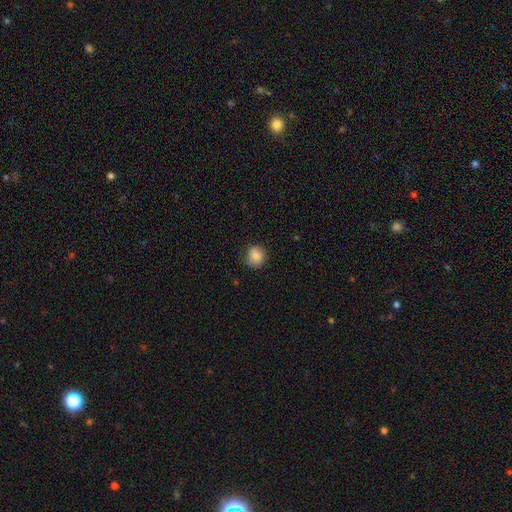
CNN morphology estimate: This is clearly a smooth galaxy (84%). How rounded: likely round (79%). Merging: likely none (76%).